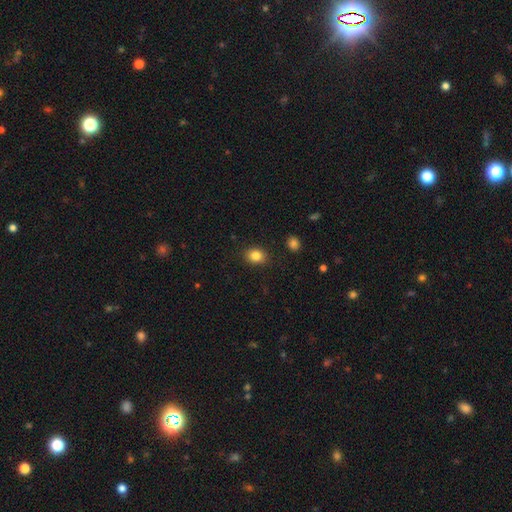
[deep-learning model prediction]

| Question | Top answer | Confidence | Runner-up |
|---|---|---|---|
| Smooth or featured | smooth | 84% | star or artifact (10%) |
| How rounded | in between | 51% | round (48%) |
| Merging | none | 87% | minor disturbance (9%) |